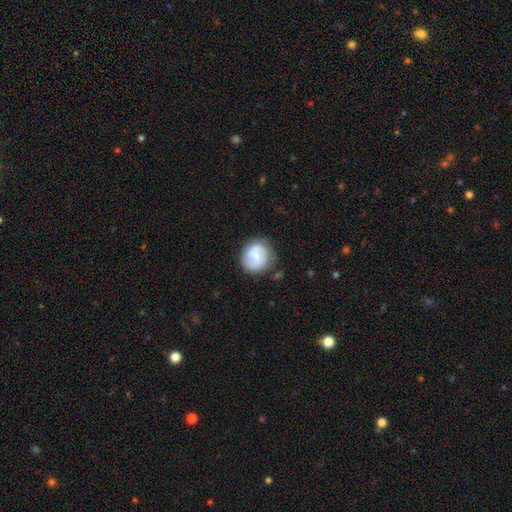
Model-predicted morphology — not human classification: This is possibly a smooth galaxy (56%). How rounded: clearly round (81%). Merging: likely none (74%).